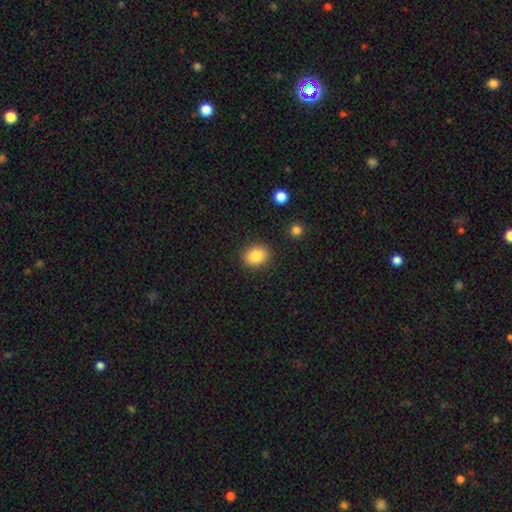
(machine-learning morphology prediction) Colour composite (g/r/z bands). It shows a smooth galaxy with no disk features (86%) that is round (61%). Merging: none (88%).